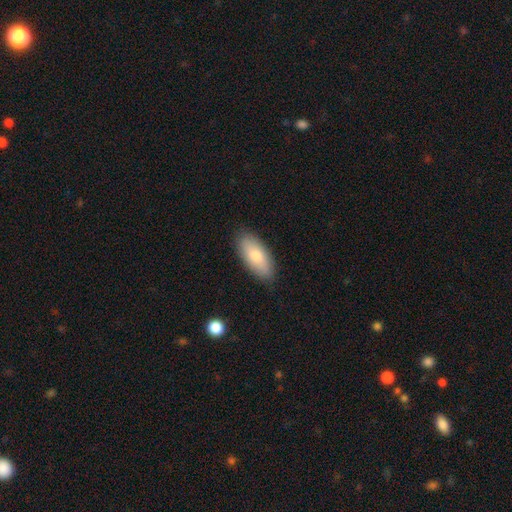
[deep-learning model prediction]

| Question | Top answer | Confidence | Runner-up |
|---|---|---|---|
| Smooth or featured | smooth | 78% | featured or disk (16%) |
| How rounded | in between | 87% | cigar-shaped (10%) |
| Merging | none | 86% | minor disturbance (10%) |